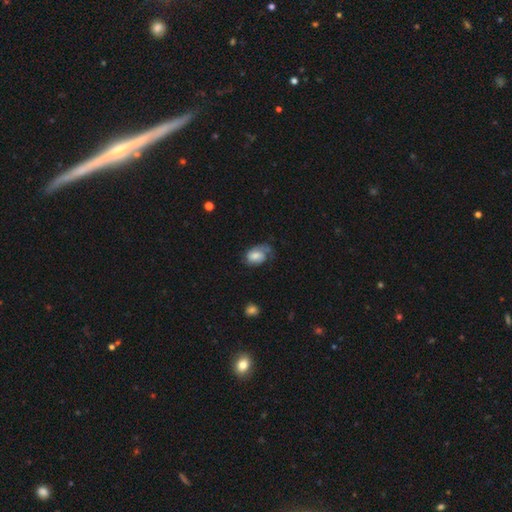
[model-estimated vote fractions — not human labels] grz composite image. It shows a featured or disk galaxy (55%) with no bar (57%), spiral arms (87%) and a moderate central bulge (42%). Merging: none (45%).